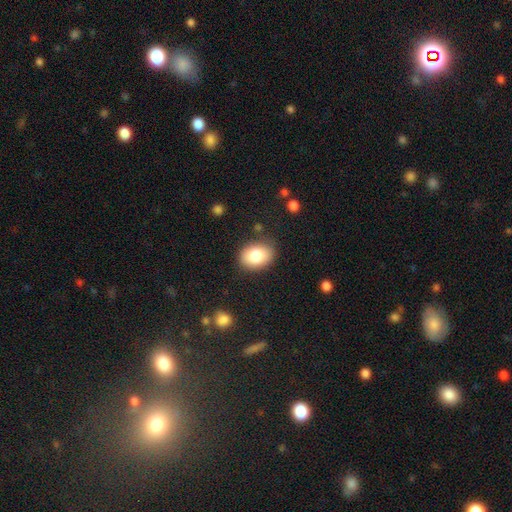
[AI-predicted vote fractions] Smooth or featured: smooth — 84% (featured or disk — 9%)
How rounded: in between — 75% (round — 24%)
Merging: none — 84% (minor disturbance — 12%)